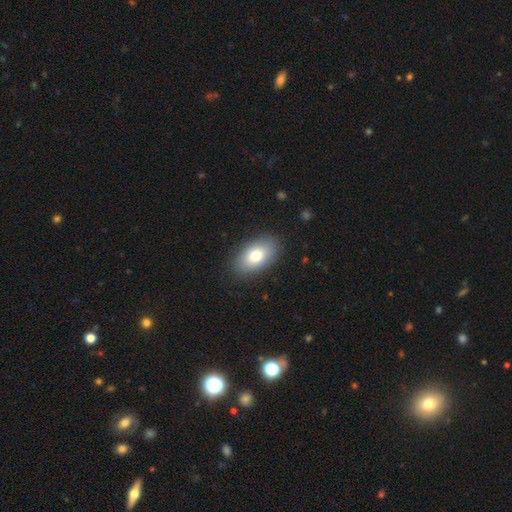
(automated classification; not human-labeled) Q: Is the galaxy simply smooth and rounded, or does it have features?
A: smooth — 77%.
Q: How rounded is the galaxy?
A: in between — 91%.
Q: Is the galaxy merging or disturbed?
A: none — 86%.